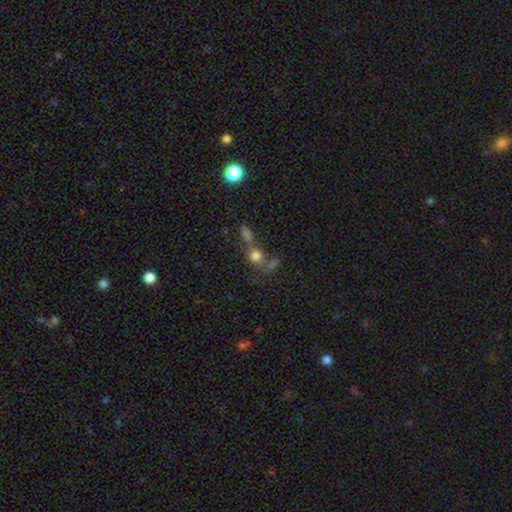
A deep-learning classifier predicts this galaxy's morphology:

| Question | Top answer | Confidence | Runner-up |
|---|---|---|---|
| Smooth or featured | smooth | 71% | star or artifact (16%) |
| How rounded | round | 67% | in between (30%) |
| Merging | merger | 45% | none (37%) |